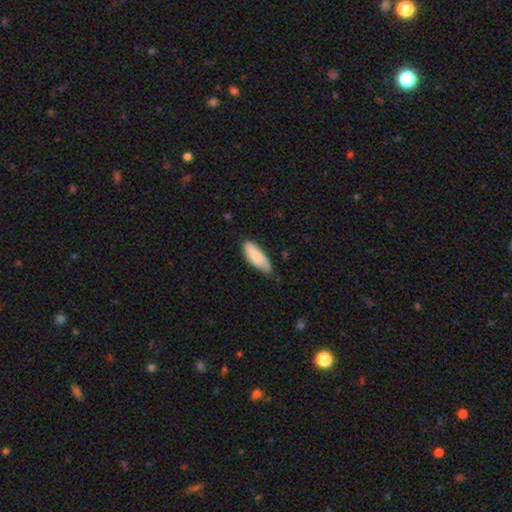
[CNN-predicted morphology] The model was most divided on "merging": none: 56%, minor disturbance: 36%, major disturbance: 6%, merger: 2%. More confident: smooth or featured — smooth (81%); how rounded — in between (70%).